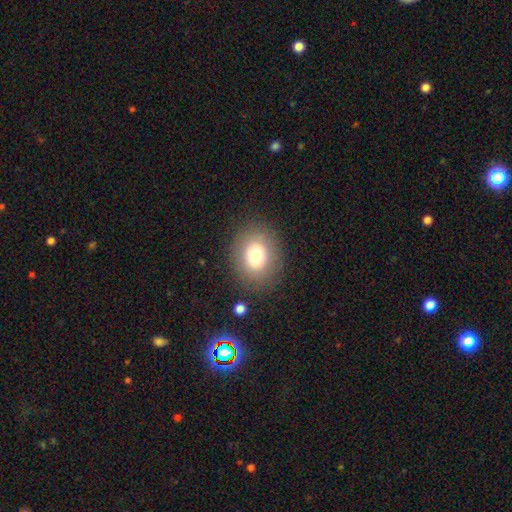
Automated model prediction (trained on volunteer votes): Smooth or featured?
  - smooth: 75% *
  - featured or disk: 13%
  - star or artifact: 12%
How rounded?
  - round: 60% *
  - in between: 39%
  - cigar-shaped: 1%
Merging?
  - none: 85% *
  - minor disturbance: 9%
  - major disturbance: 4%
  - merger: 2%